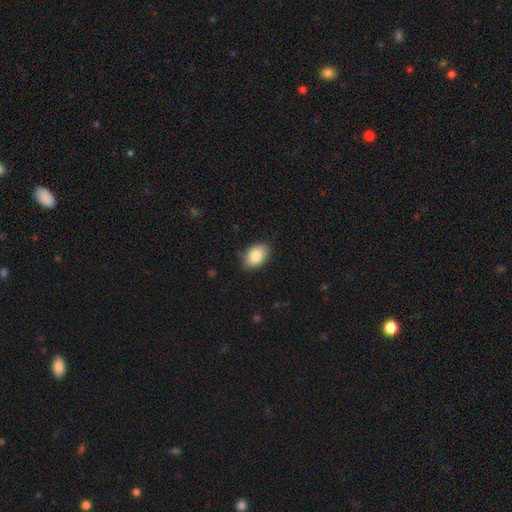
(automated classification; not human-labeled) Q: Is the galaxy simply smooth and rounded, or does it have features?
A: smooth — 84%.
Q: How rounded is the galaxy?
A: in between — 84%.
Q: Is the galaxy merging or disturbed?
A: none — 84%.